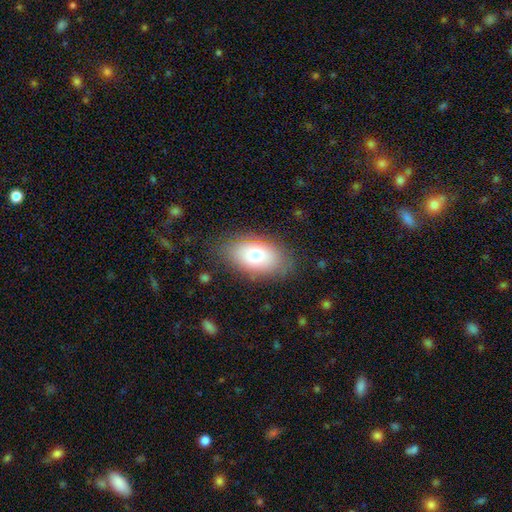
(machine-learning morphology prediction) A smooth galaxy with no disk features (74%) that is in between round and cigar-shaped (90%). Merging: none (79%).